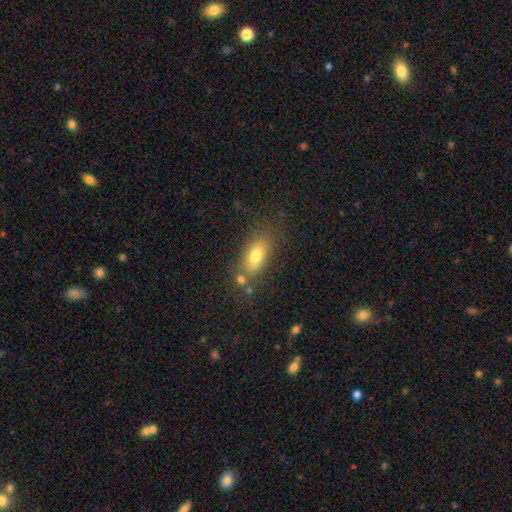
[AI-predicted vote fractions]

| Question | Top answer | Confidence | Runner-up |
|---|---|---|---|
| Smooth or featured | smooth | 74% | featured or disk (15%) |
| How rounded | in between | 82% | round (10%) |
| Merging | none | 67% | minor disturbance (16%) |